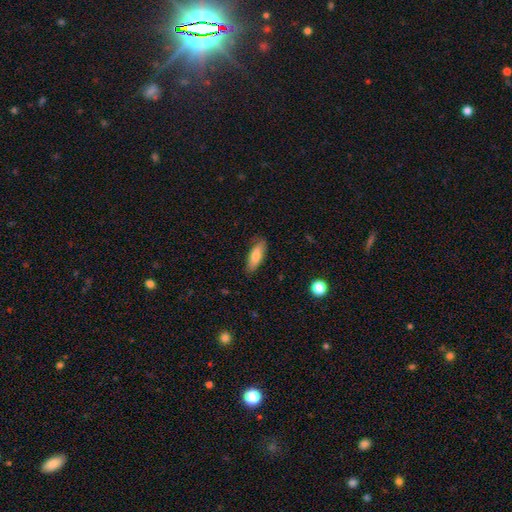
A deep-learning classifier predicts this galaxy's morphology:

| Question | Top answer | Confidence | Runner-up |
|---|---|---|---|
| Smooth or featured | smooth | 78% | featured or disk (16%) |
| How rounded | in between | 59% | cigar-shaped (39%) |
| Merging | none | 82% | minor disturbance (14%) |